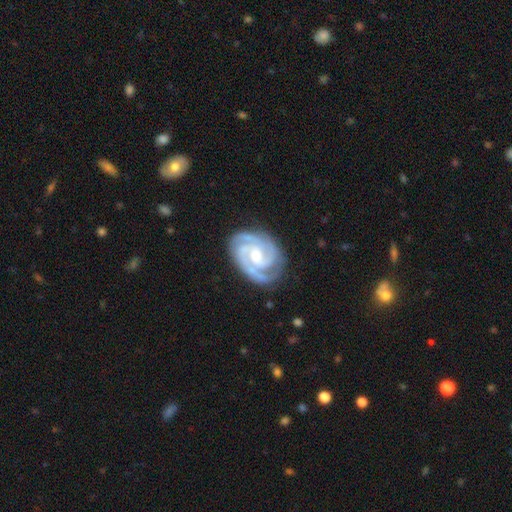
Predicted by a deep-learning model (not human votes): The model was most divided on "bar": no: 47%, weak: 41%, strong: 12%. More confident: spiral arms — yes (99%); edge-on disk — no (98%); smooth or featured — featured or disk (92%); merging — none (78%); spiral winding — tight (67%); spiral arm count — 3 (52%); bulge size — moderate (52%).